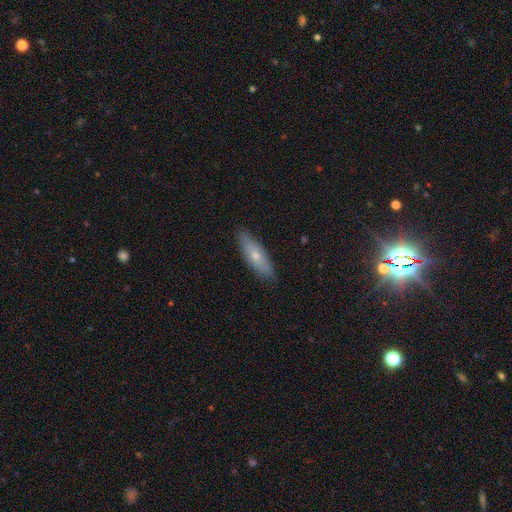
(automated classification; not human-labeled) Overall: smooth (60%; featured or disk 34%). How rounded: cigar-shaped (56%; in between 42%). Merging: none (86%).